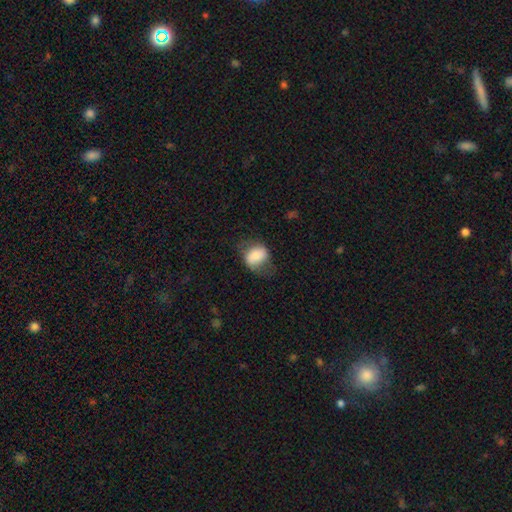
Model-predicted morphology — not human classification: smooth_or_featured: smooth (p=0.72) [alt: featured or disk p=0.20]
how_rounded: in between (p=0.64) [alt: round p=0.35]
merging: none (p=0.50) [alt: minor disturbance p=0.29]